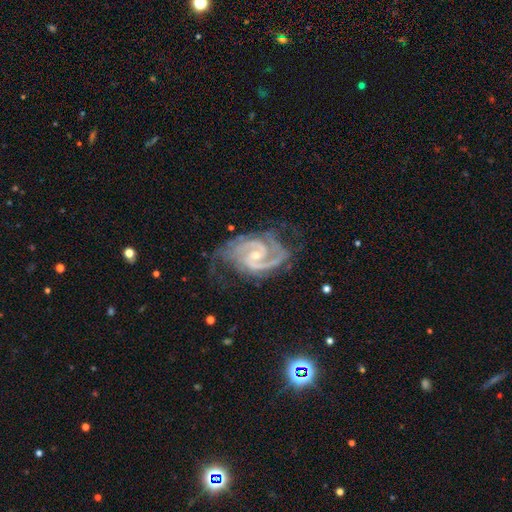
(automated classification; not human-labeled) Q: Smooth or featured?
A: featured or disk (93%); runner-up: star or artifact (4%)
Q: Edge-on disk?
A: no (98%); runner-up: yes (2%)
Q: Bar?
A: weak (44%); runner-up: no (43%)
Q: Spiral arms?
A: yes (98%); runner-up: no (2%)
Q: Spiral winding?
A: medium (48%); runner-up: tight (43%)
Q: Spiral arm count?
A: 2 (79%); runner-up: 3 (9%)
Q: Bulge size?
A: small (58%); runner-up: moderate (39%)
Q: Merging?
A: none (59%); runner-up: minor disturbance (24%)